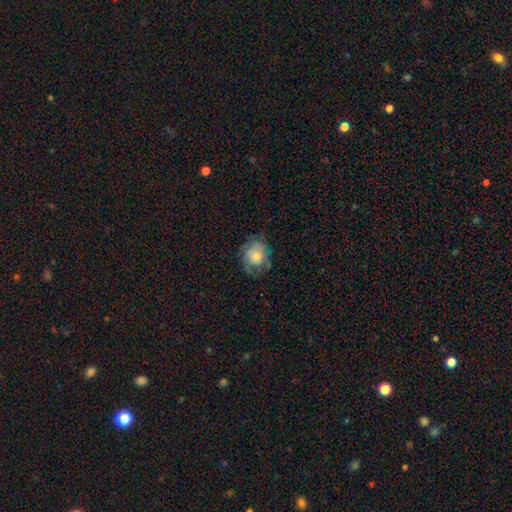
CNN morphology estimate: smooth_or_featured: smooth (p=0.57) [alt: featured or disk p=0.35]
how_rounded: round (p=0.64) [alt: in between p=0.35]
merging: none (p=0.58) [alt: minor disturbance p=0.26]